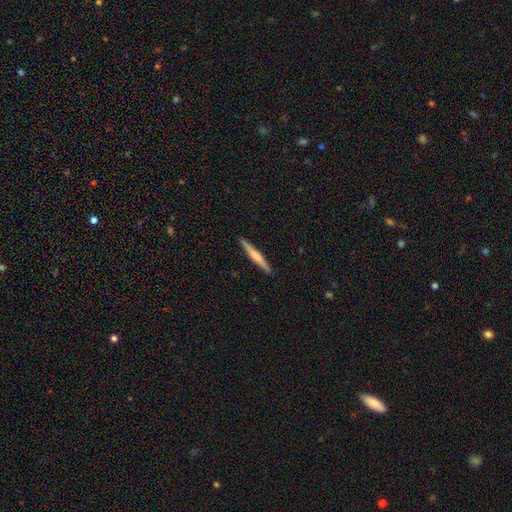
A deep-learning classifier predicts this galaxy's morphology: Smooth or featured? featured or disk (48%)
Merging? none (92%)